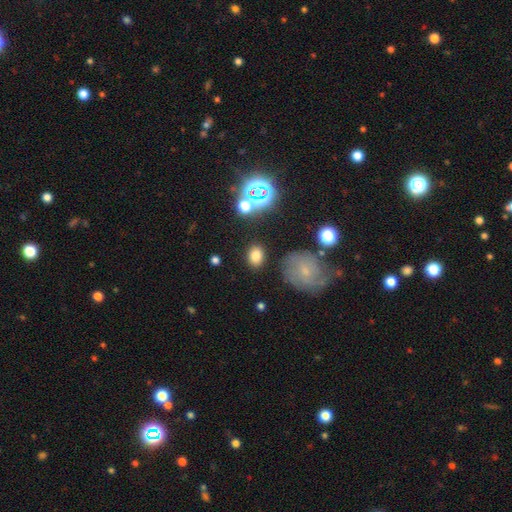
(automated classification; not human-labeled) A smooth galaxy with no disk features (77%) that is in between round and cigar-shaped (62%). Merging: none (83%).